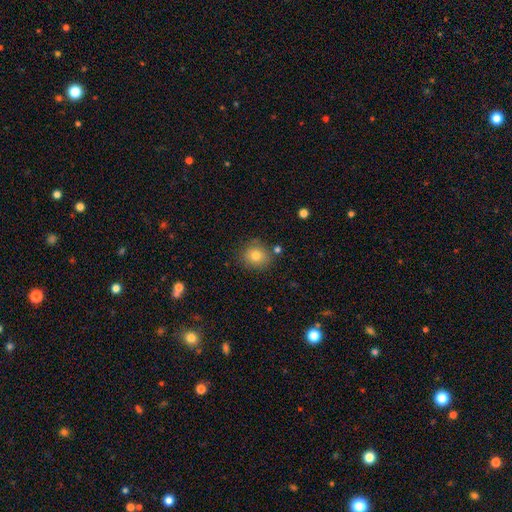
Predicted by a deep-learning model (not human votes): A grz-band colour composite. It shows a smooth galaxy with no disk features (80%) that is round (79%). Merging: none (78%).